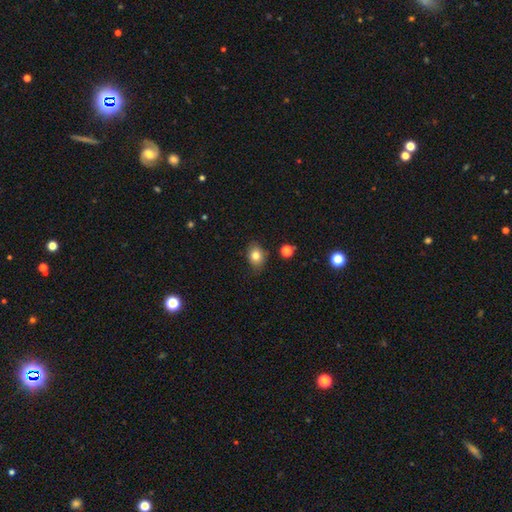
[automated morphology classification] Q: Smooth or featured?
A: smooth (80%); runner-up: star or artifact (11%)
Q: How rounded?
A: in between (54%); runner-up: round (45%)
Q: Merging?
A: none (80%); runner-up: minor disturbance (15%)